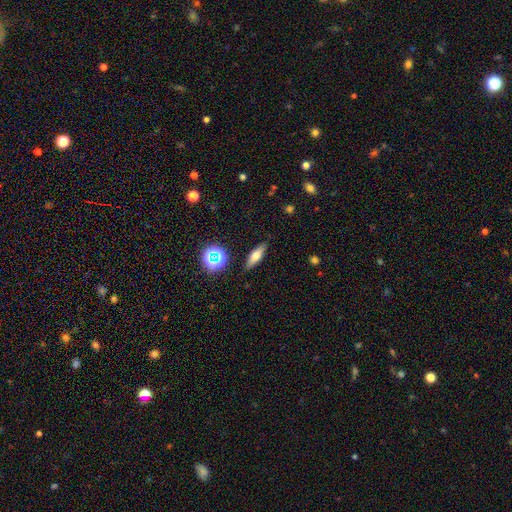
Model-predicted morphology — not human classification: smooth-or-featured: smooth: 61% | featured or disk: 28% | star or artifact: 11%
  how-rounded: cigar-shaped: 51% | in between: 43% | round: 6%
  merging: none: 87% | minor disturbance: 9% | major disturbance: 2% | merger: 2%